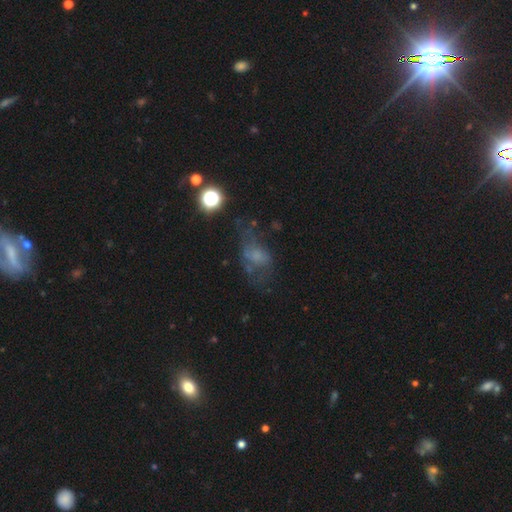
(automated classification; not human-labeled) Q: Smooth or featured?
A: smooth (40%); runner-up: featured or disk (39%)
Q: Merging?
A: none (36%); runner-up: major disturbance (35%)